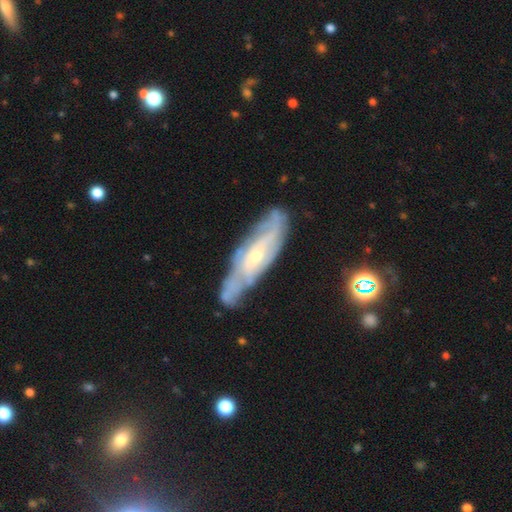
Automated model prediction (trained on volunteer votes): featured or disk 80%, smooth 14%, star or artifact 6%. Down the decision tree: edge-on disk — no (77%); bar — no (55%); spiral arms — yes (88%); spiral arm count — can't tell (49%); spiral winding — tight (56%); bulge size — small (65%); merging — none (68%).